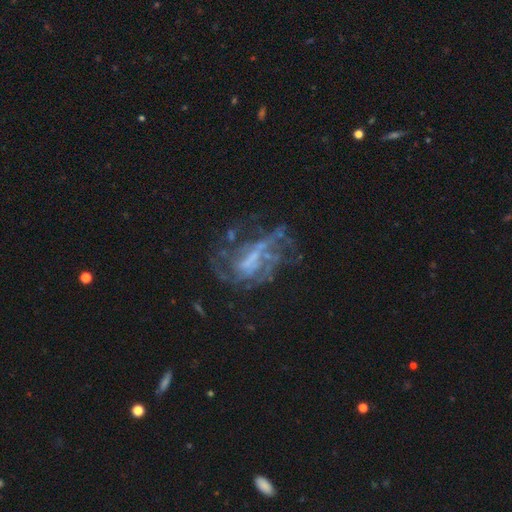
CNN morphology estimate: Smooth or featured?
  - featured or disk: 72% *
  - star or artifact: 17%
  - smooth: 10%
Edge-on disk?
  - no: 95% *
  - yes: 5%
Bar?
  - no: 40% * (tied)
  - weak: 40% * (tied)
  - strong: 20%
Spiral arms?
  - yes: 69% *
  - no: 31%
Bulge size?
  - none: 43% *
  - small: 30%
  - moderate: 22%
  - large: 4%
  - dominant: 1%
Merging?
  - none: 47% *
  - major disturbance: 31%
  - minor disturbance: 16%
  - merger: 5%